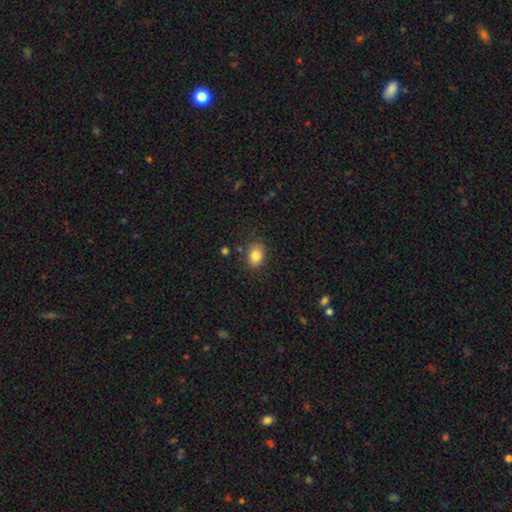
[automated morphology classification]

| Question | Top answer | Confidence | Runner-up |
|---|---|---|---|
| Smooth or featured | smooth | 83% | star or artifact (10%) |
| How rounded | in between | 63% | round (36%) |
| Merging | none | 82% | minor disturbance (12%) |